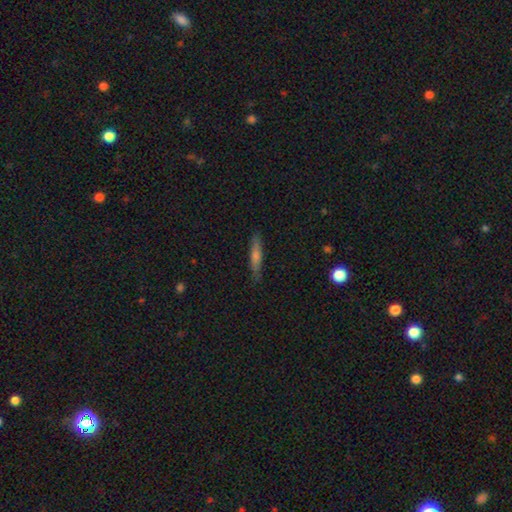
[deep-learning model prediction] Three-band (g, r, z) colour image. It shows a smooth galaxy with no disk features (55%) that is cigar-shaped (89%). Merging: none (87%).